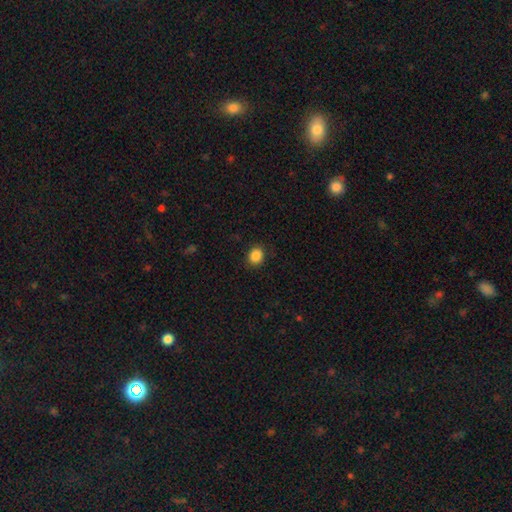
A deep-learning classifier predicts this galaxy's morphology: A smooth galaxy with no disk features (87%) that is round (64%). Merging: none (89%).